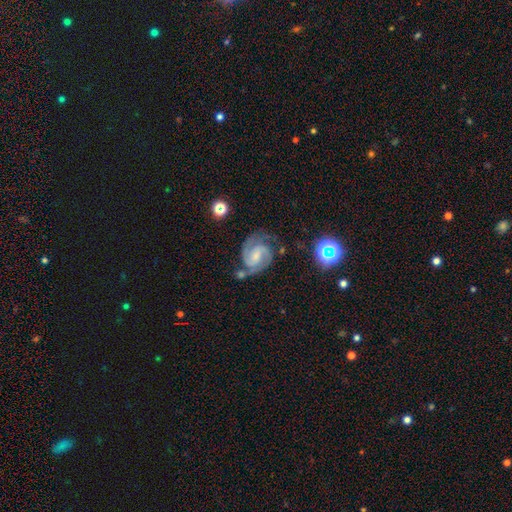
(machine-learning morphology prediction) type=featured or disk (86%); edge-on=no (98%); bar=weak (51%); spiral arms=yes (98%); winding=medium (48%); arm count=2 (82%); bulge=small (46%); merging=none (61%).